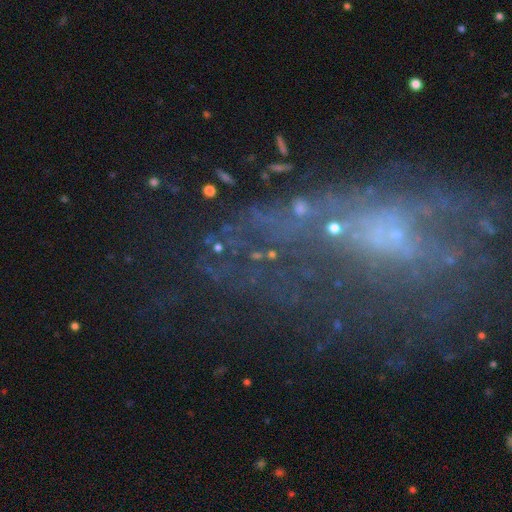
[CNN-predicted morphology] Smooth or featured: star or artifact — 54% (featured or disk — 27%)